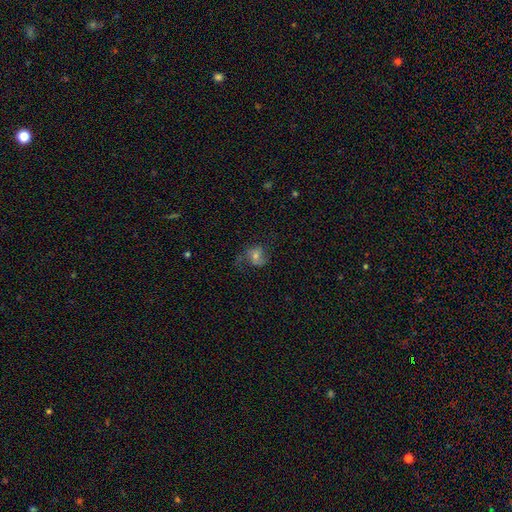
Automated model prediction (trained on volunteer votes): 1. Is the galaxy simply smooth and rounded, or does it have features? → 64% featured or disk, 24% smooth, 12% star or artifact.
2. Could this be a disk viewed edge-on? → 97% no, 3% yes.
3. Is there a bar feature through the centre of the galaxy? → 56% no, 34% weak, 10% strong.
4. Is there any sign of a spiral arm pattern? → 90% yes, 10% no.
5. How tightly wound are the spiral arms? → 48% loose, 41% medium, 11% tight.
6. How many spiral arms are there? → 78% 2, 10% 1, 7% can't tell, 2% 3, 1% 4, 1% more than 4.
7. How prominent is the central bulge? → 49% moderate, 43% small, 4% large, 3% none, 1% dominant.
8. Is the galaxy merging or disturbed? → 59% none, 20% minor disturbance, 19% major disturbance, 2% merger.